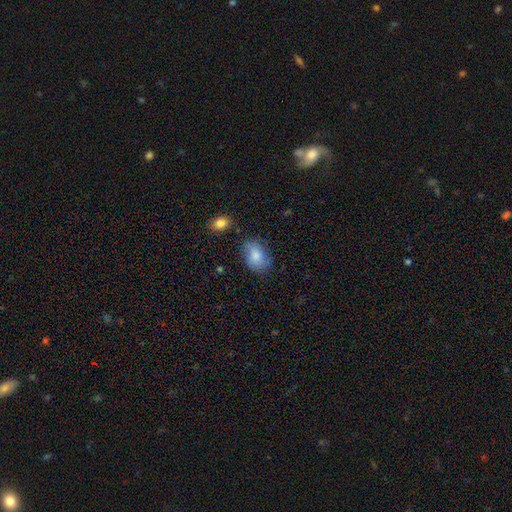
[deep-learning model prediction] smooth-or-featured: smooth: 80% | featured or disk: 12% | star or artifact: 8%
  how-rounded: in between: 83% | round: 15% | cigar-shaped: 1%
  merging: none: 65% | minor disturbance: 25% | major disturbance: 6% | merger: 3%